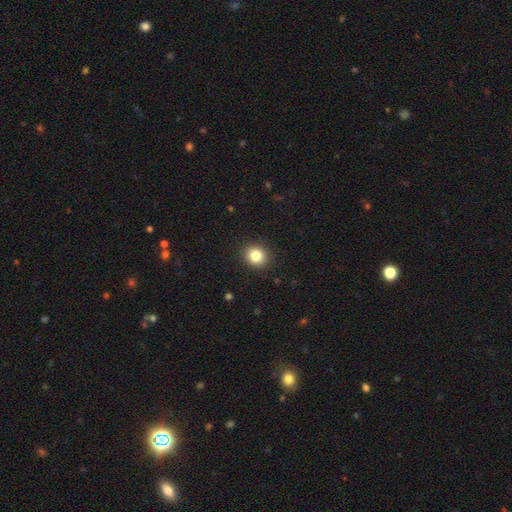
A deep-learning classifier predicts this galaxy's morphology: smooth-or-featured: smooth: 83% | star or artifact: 11% | featured or disk: 6%
  how-rounded: round: 82% | in between: 17% | cigar-shaped: 1%
  merging: none: 91% | minor disturbance: 6% | major disturbance: 2% | merger: 1%